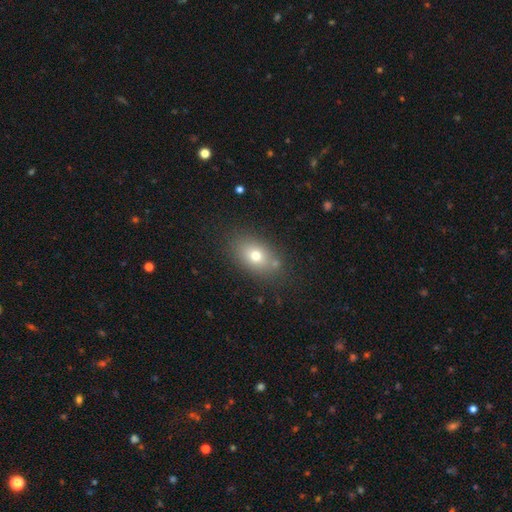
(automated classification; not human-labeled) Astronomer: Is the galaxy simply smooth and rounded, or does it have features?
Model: smooth — 72%.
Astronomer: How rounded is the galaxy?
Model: in between — 79%.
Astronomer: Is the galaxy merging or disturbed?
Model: none — 77%.